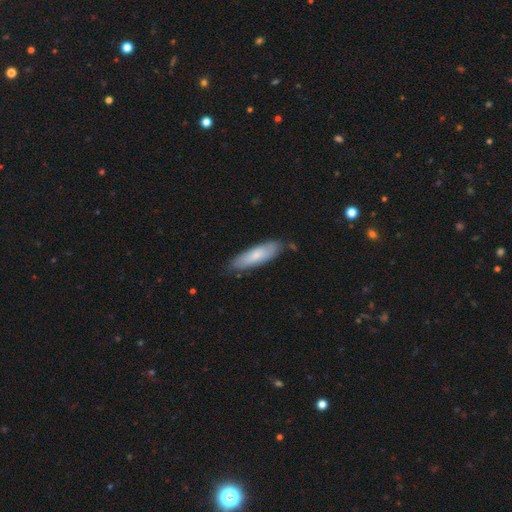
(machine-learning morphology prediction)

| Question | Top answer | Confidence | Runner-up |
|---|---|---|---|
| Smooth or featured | smooth | 71% | featured or disk (24%) |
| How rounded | cigar-shaped | 57% | in between (41%) |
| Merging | none | 77% | minor disturbance (18%) |